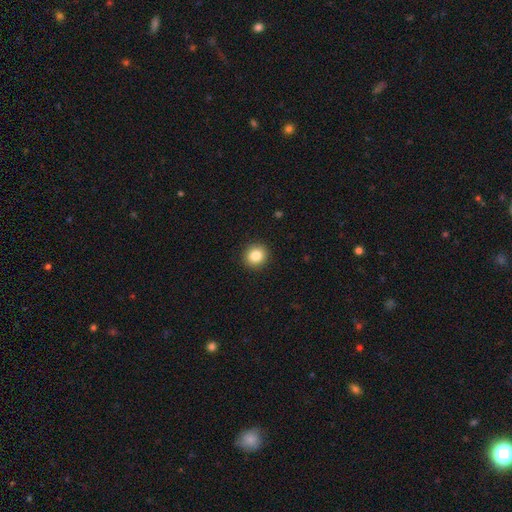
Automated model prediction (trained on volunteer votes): This appears to be a smooth galaxy with no disk features (84%) that is round (90%). Merging: none (92%).